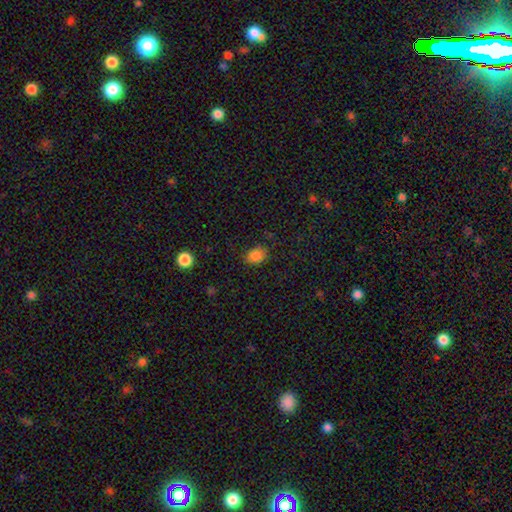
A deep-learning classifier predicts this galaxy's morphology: smooth-or-featured: smooth: 84% | star or artifact: 11% | featured or disk: 5%
  how-rounded: in between: 52% | round: 47% | cigar-shaped: 1%
  merging: none: 75% | minor disturbance: 19% | major disturbance: 5% | merger: 2%